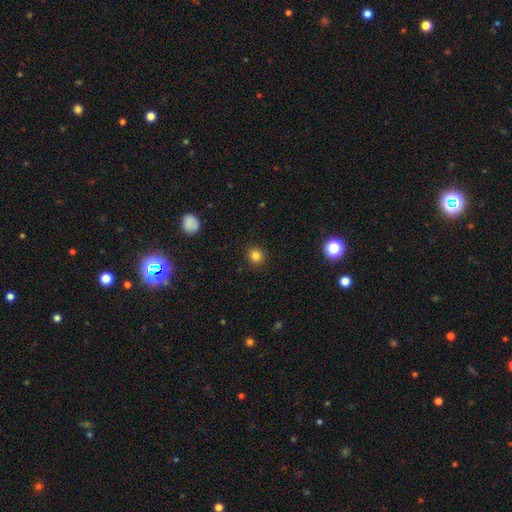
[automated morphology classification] smooth-or-featured: smooth: 83% | star or artifact: 12% | featured or disk: 4%
  how-rounded: round: 93% | in between: 6% | cigar-shaped: 1%
  merging: none: 92% | minor disturbance: 5% | major disturbance: 2% | merger: 1%